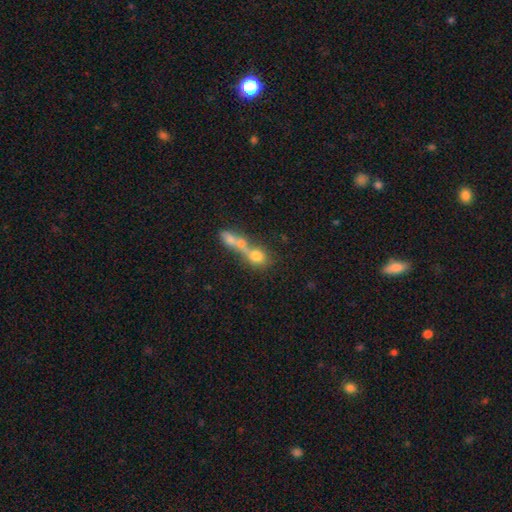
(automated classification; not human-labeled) A smooth galaxy with no disk features (69%) that is round (54%).

Vote fractions:
- Smooth or featured? smooth: 69% / featured or disk: 20% / star or artifact: 11%
- How rounded? round: 54% / in between: 38% / cigar-shaped: 9%
- Merging? merger: 67% / none: 20% / major disturbance: 7% / minor disturbance: 7%